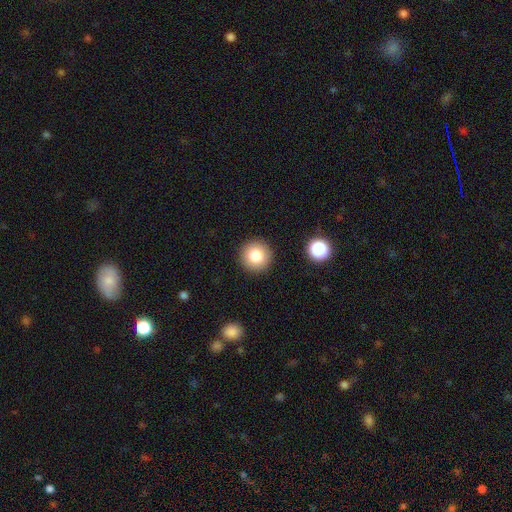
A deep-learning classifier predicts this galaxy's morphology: smooth-or-featured: smooth: 82% | star or artifact: 10% | featured or disk: 8%
  how-rounded: round: 96% | in between: 3% | cigar-shaped: 1%
  merging: none: 91% | minor disturbance: 5% | major disturbance: 2% | merger: 2%